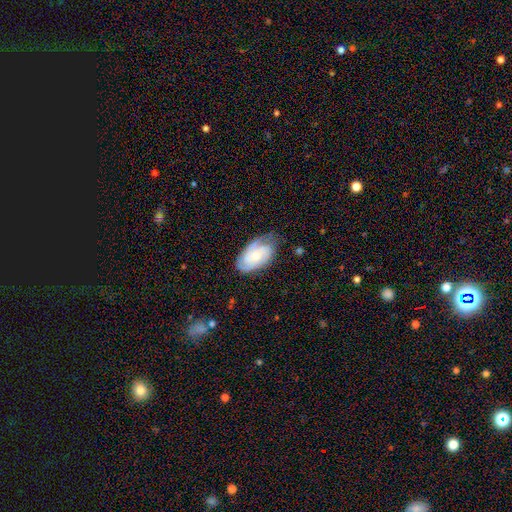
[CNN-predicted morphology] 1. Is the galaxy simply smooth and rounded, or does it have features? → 70% featured or disk, 24% smooth, 5% star or artifact.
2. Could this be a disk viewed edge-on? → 96% no, 4% yes.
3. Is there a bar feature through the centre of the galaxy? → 75% no, 21% weak, 4% strong.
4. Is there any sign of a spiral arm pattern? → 92% yes, 8% no.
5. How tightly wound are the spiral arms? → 59% tight, 32% medium, 9% loose.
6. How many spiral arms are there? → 34% 2, 29% can't tell, 23% 3, 7% 1, 4% 4, 3% more than 4.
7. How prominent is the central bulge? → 50% small, 46% moderate, 2% large, 2% none, 1% dominant.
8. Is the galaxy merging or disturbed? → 65% none, 26% minor disturbance, 8% major disturbance, 1% merger.